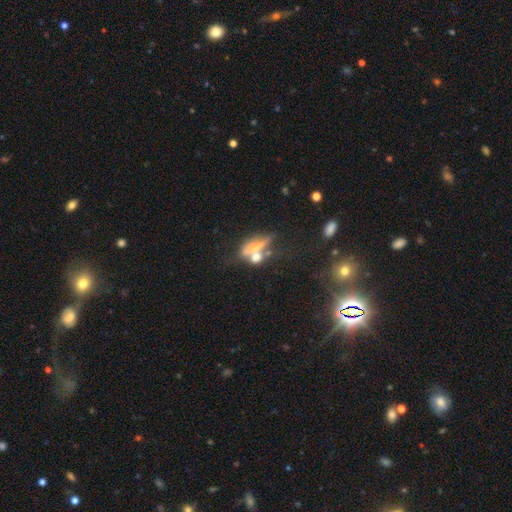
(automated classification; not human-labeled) The model was most divided on "smooth or featured": featured or disk: 45%, smooth: 42%, star or artifact: 14%. Remaining: merging — merger (49%).